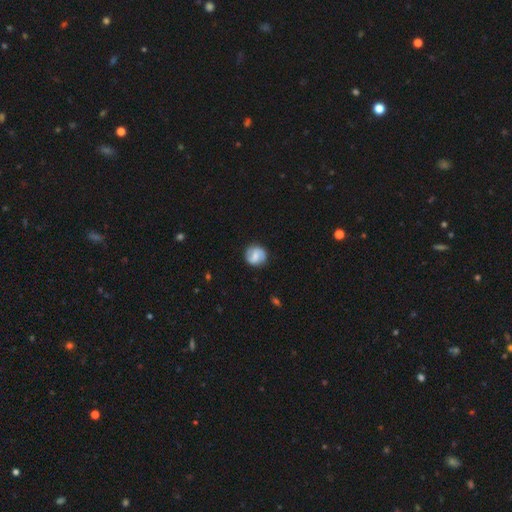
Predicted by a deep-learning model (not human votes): Overall: featured or disk (54%; smooth 39%). Edge-on disk: no (98%). Bar: weak (50%; no 32%). Spiral arms: yes (87%). Bulge size: small (39%; moderate 35%). Merging: none (83%).